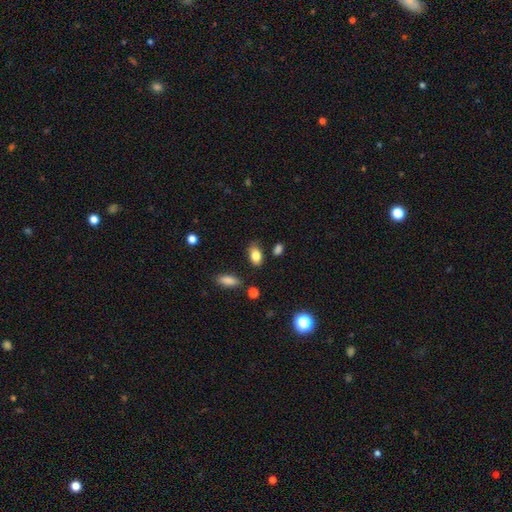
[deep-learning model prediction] This is clearly a smooth galaxy (83%). How rounded: clearly in between (88%). Merging: likely none (73%).